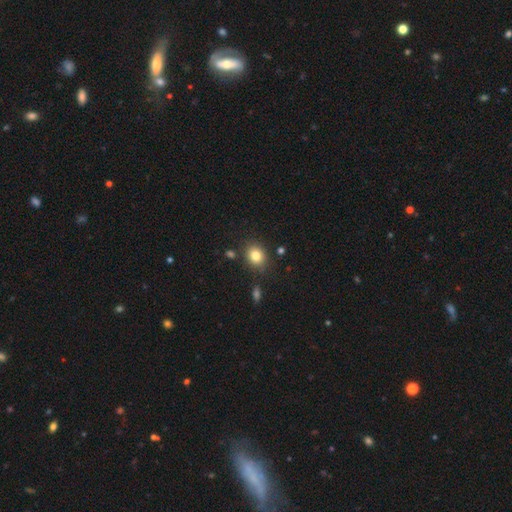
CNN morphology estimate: Smooth or featured? smooth (81%)
How rounded? round (58%)
Merging? none (82%)